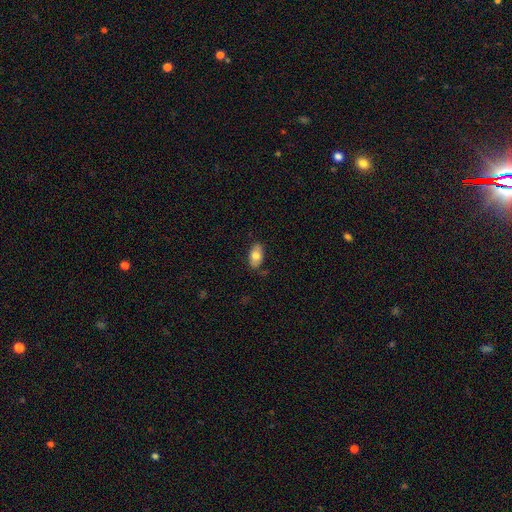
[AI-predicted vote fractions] A smooth galaxy with no disk features (77%) that is in between round and cigar-shaped (93%). Merging: none (81%).